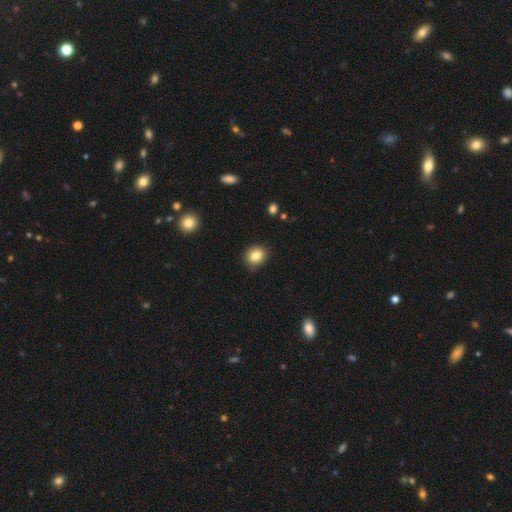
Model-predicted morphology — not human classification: type=smooth (83%); roundness=round (67%); merging=none (86%).